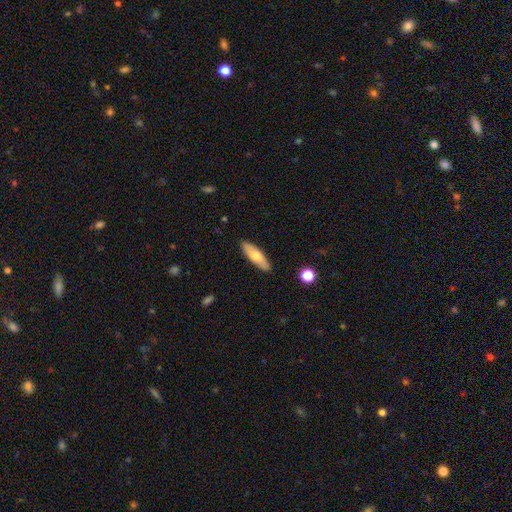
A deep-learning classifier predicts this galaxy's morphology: Q: Smooth or featured?
A: smooth (65%); runner-up: featured or disk (29%)
Q: How rounded?
A: cigar-shaped (50%); runner-up: in between (48%)
Q: Merging?
A: none (88%); runner-up: minor disturbance (9%)